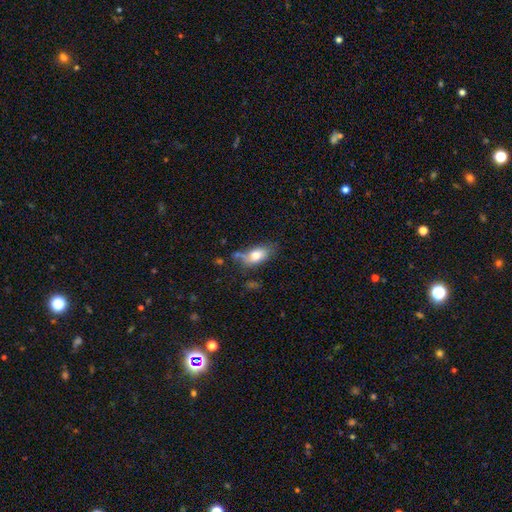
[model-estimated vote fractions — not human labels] Morphology: type=smooth (74%); roundness=in between (87%); merging=none (46%).